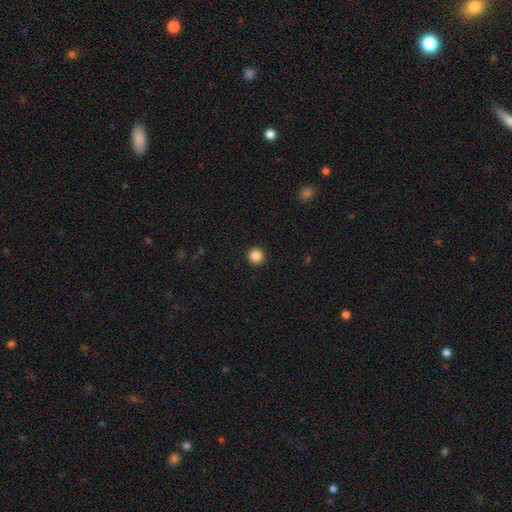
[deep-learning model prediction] Smooth or featured? smooth (86%)
How rounded? round (95%)
Merging? none (94%)